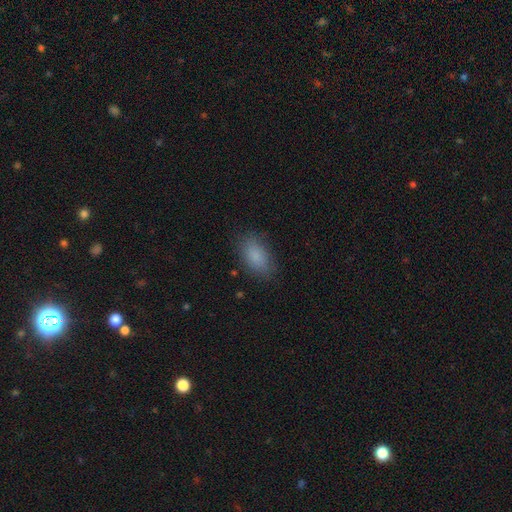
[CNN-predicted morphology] Smooth or featured? Predicted: smooth (p=0.85). How rounded? Predicted: in between (p=0.91). Merging? Predicted: none (p=0.81).